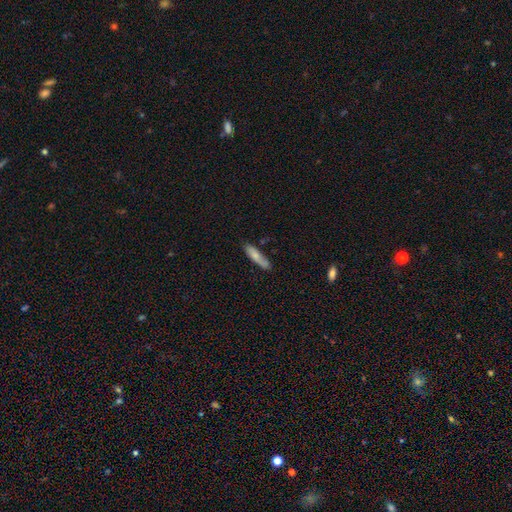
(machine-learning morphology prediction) Smooth or featured: smooth — 75% (featured or disk — 19%)
How rounded: cigar-shaped — 73% (in between — 26%)
Merging: none — 70% (minor disturbance — 21%)